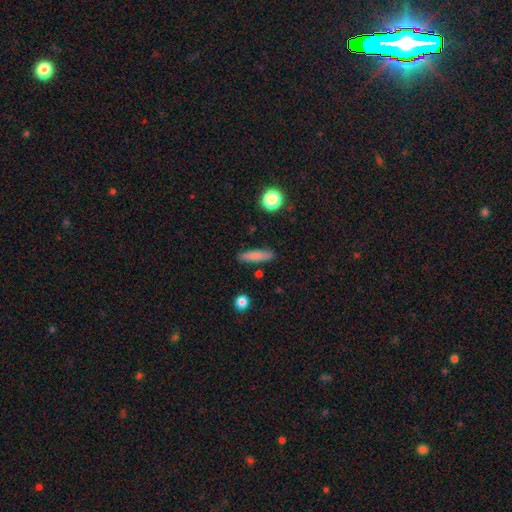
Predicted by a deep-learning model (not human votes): Overall: smooth (80%). How rounded: cigar-shaped (76%). Merging: none (86%).